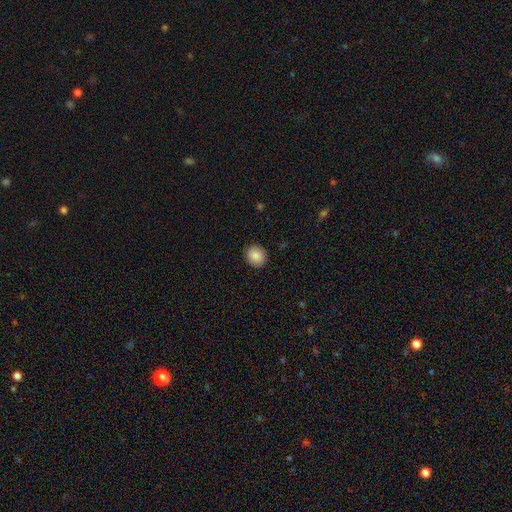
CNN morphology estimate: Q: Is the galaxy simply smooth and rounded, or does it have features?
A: smooth — 88%.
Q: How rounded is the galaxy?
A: round — 84%.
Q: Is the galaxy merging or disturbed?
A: none — 91%.